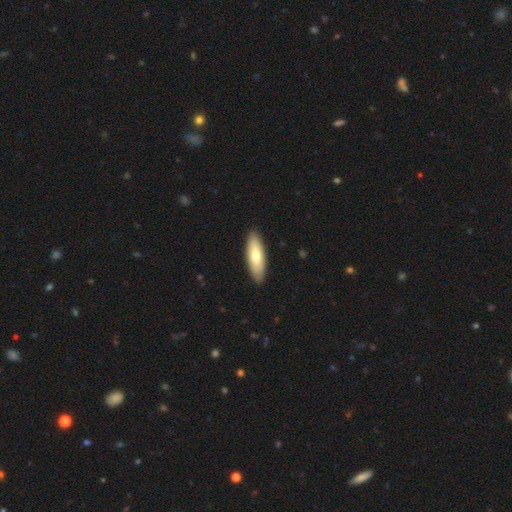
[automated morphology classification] A smooth galaxy with no disk features (68%) that is in between round and cigar-shaped (55%). Merging: none (90%).